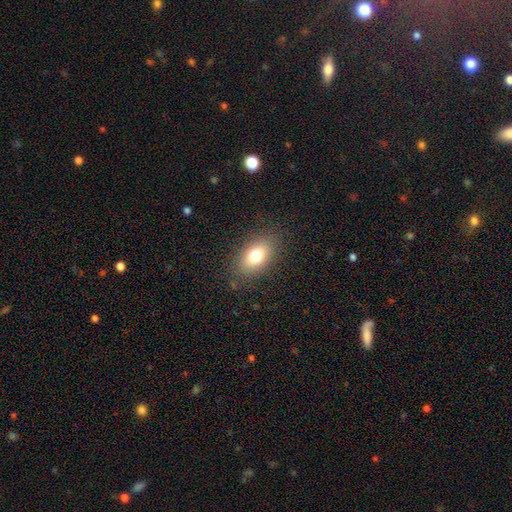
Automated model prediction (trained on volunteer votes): smooth 75%, featured or disk 15%, star or artifact 10%. Down the decision tree: how rounded — in between (87%); merging — none (84%).